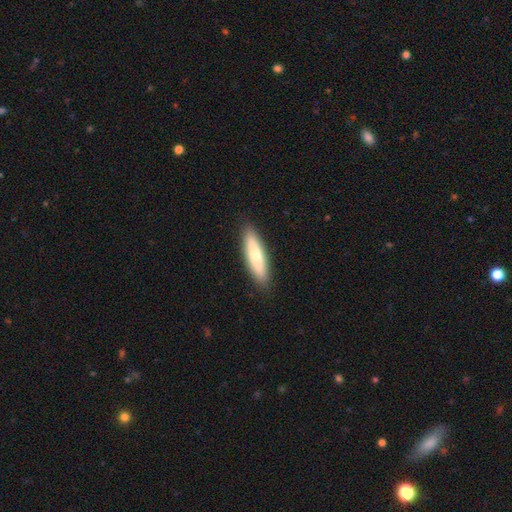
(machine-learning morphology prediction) The model was most divided on "how rounded": cigar-shaped: 66%, in between: 32%, round: 2%. More confident: merging — none (89%); smooth or featured — smooth (68%).